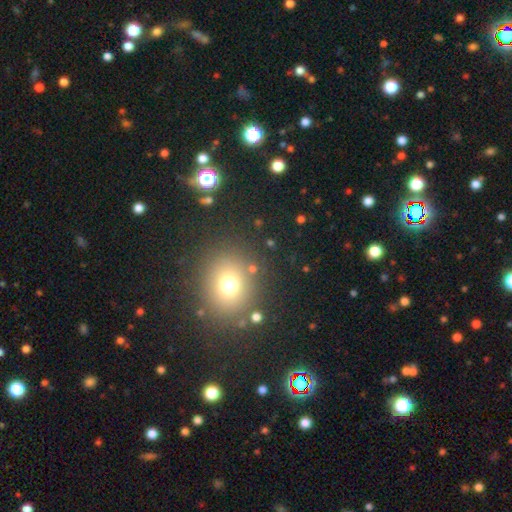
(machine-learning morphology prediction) smooth-or-featured: smooth: 58% | star or artifact: 32% | featured or disk: 10%
  how-rounded: round: 64% | in between: 35% | cigar-shaped: 2%
  merging: none: 87% | minor disturbance: 7% | major disturbance: 3% | merger: 2%